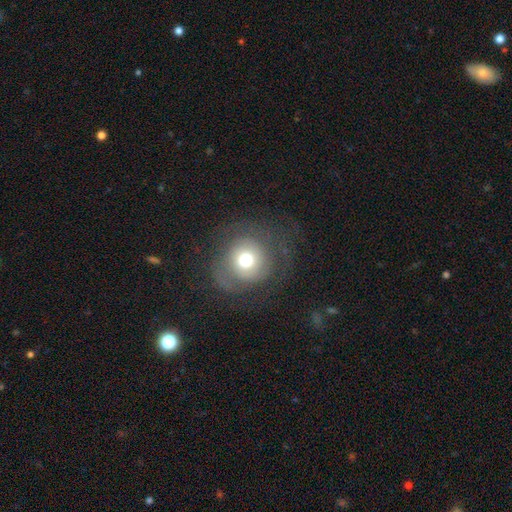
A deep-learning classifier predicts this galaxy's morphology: A smooth galaxy with no disk features (47%). Merging: none (79%).